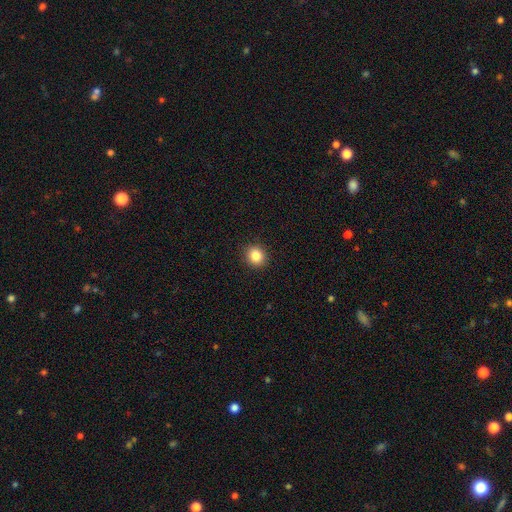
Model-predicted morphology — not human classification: Overall: smooth (85%). How rounded: round (86%). Merging: none (92%).